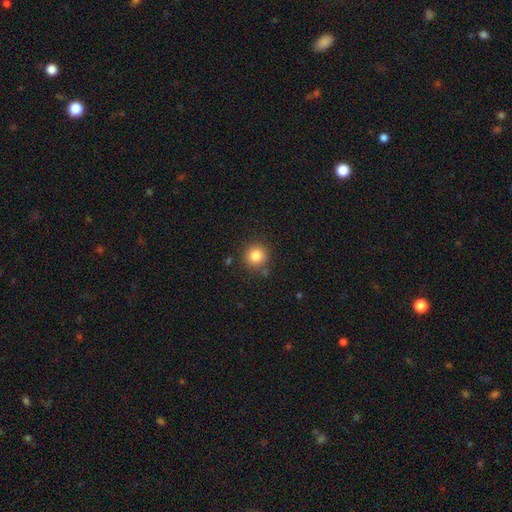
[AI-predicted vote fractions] A smooth galaxy with no disk features (83%) that is round (93%).

Vote fractions:
- Smooth or featured? smooth: 83% / star or artifact: 11% / featured or disk: 6%
- How rounded? round: 93% / in between: 6% / cigar-shaped: 1%
- Merging? none: 83% / minor disturbance: 10% / merger: 4% / major disturbance: 3%